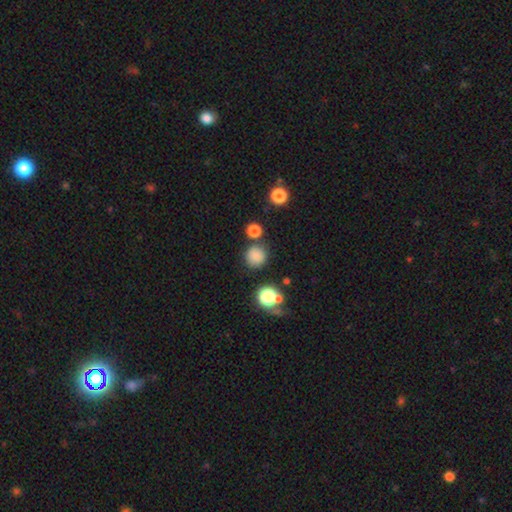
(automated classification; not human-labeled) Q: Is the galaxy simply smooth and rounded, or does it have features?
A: smooth — 81%.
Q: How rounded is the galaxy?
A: round — 91%.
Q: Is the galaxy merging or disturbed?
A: none — 79%.